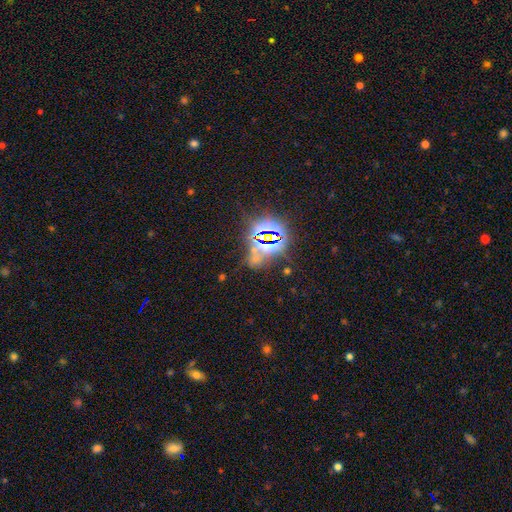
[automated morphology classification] star or artifact 69%, smooth 21%, featured or disk 10%.